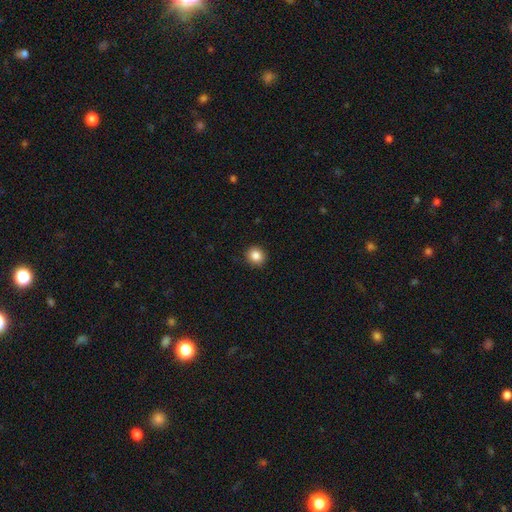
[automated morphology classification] smooth_or_featured: smooth (p=0.85) [alt: star or artifact p=0.10]
how_rounded: round (p=0.87) [alt: in between p=0.12]
merging: none (p=0.91) [alt: minor disturbance p=0.06]